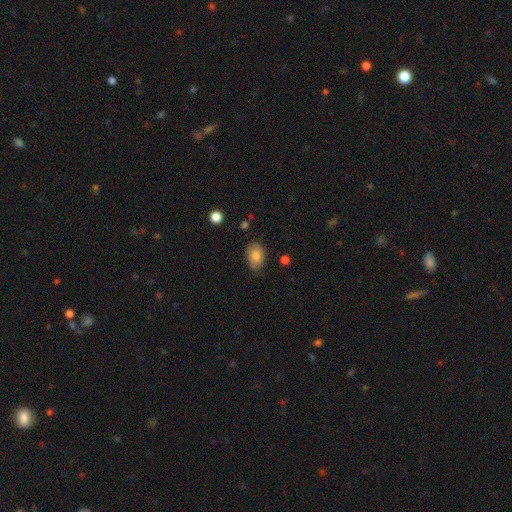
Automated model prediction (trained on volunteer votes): Morphology: type=smooth (81%); roundness=in between (85%); merging=none (70%).